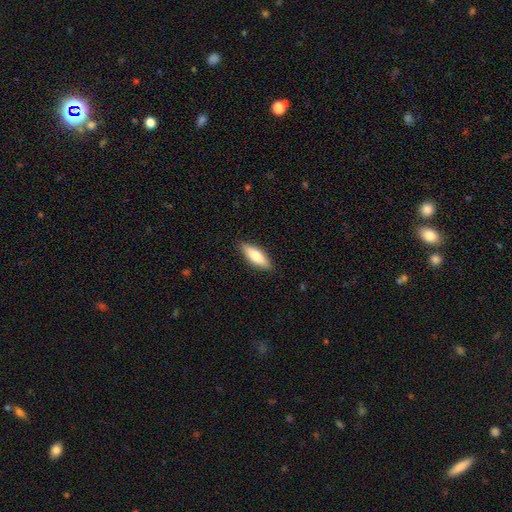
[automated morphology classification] smooth 74%, featured or disk 20%, star or artifact 6%. Down the decision tree: how rounded — in between (58%); merging — none (88%).